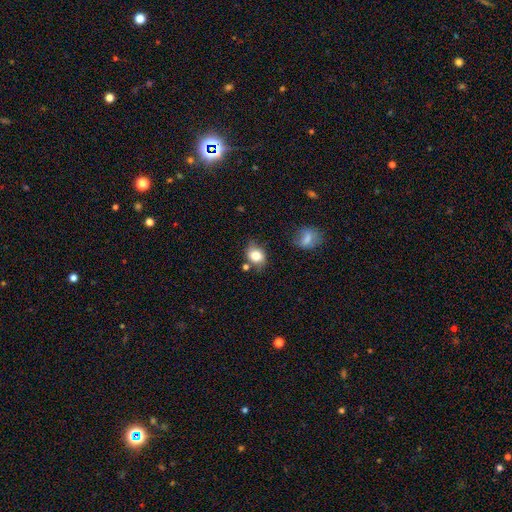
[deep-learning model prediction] This is likely a smooth galaxy (76%). How rounded: possibly in between (58%). Merging: likely none (61%).